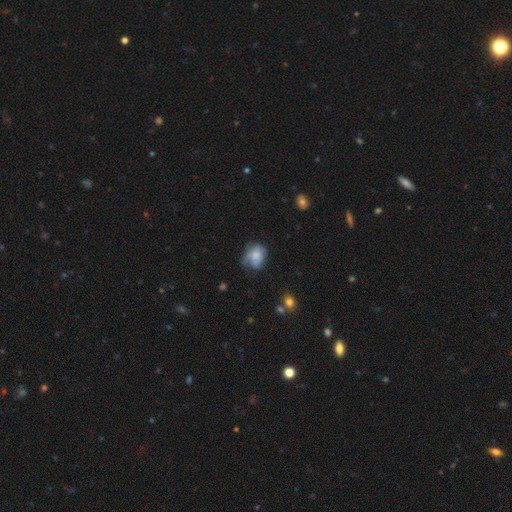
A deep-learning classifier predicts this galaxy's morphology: Smooth or featured: smooth — 64% (featured or disk — 27%)
How rounded: in between — 51% (round — 48%)
Merging: none — 43% (minor disturbance — 33%)